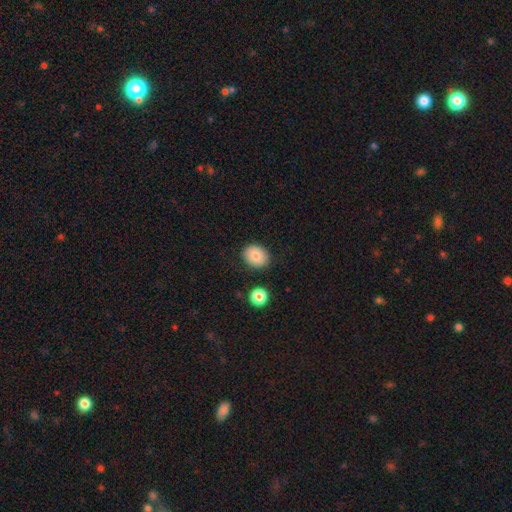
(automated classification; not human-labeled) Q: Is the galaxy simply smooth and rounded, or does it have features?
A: smooth — 83%.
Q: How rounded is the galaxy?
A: round — 52%.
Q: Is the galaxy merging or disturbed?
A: none — 86%.